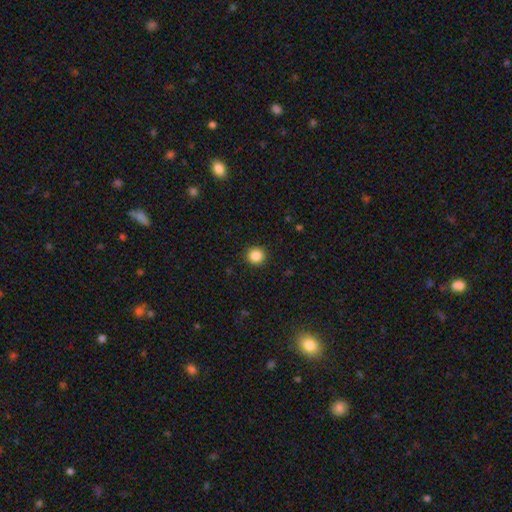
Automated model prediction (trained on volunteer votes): smooth 87%, star or artifact 10%, featured or disk 3%. Down the decision tree: how rounded — round (94%); merging — none (92%).